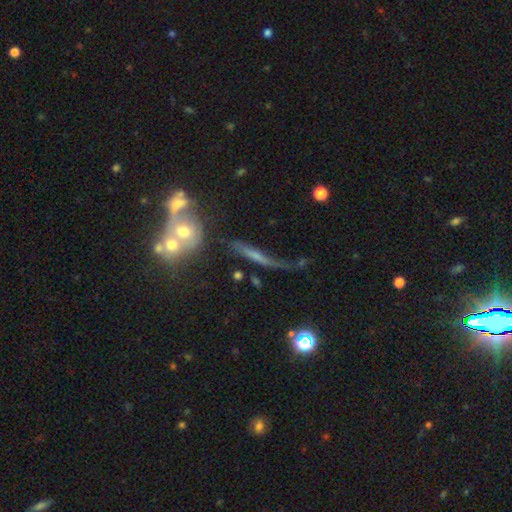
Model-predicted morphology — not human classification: smooth_or_featured: featured or disk (p=0.50) [alt: smooth p=0.39]
merging: none (p=0.40) [alt: merger p=0.21]